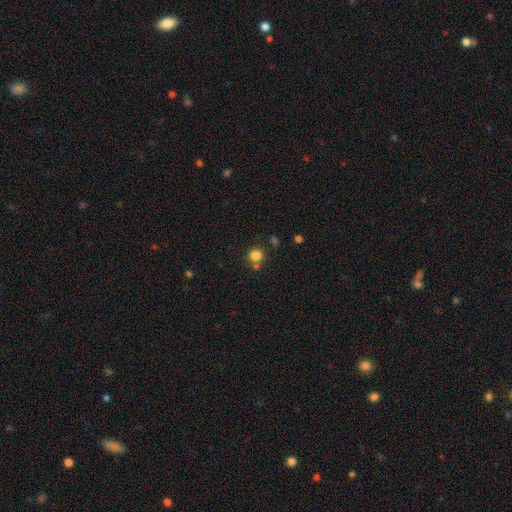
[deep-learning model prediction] smooth 82%, star or artifact 12%, featured or disk 5%. Down the decision tree: how rounded — round (91%); merging — none (71%).